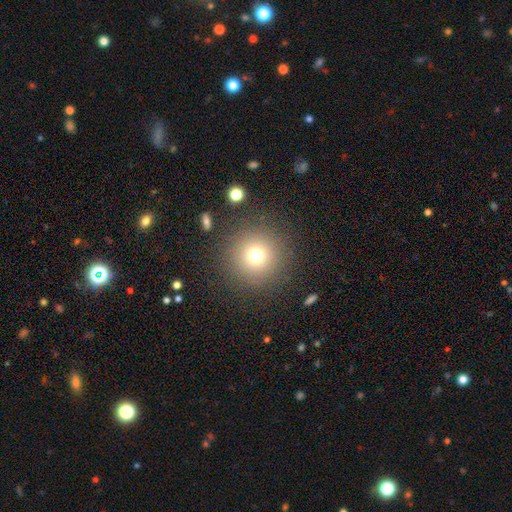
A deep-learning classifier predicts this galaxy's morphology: smooth_or_featured: smooth (p=0.72) [alt: star or artifact p=0.17]
how_rounded: round (p=0.96) [alt: in between p=0.03]
merging: none (p=0.88) [alt: minor disturbance p=0.06]